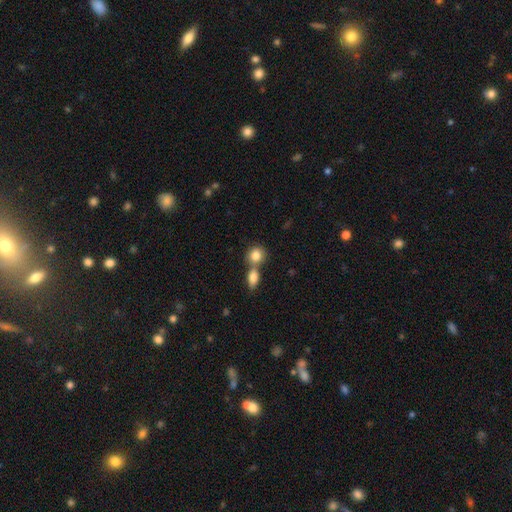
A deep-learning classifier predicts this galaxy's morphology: A smooth galaxy with no disk features (83%) that is round (70%).

Vote fractions:
- Smooth or featured? smooth: 83% / featured or disk: 9% / star or artifact: 8%
- How rounded? round: 70% / in between: 28% / cigar-shaped: 2%
- Merging? merger: 51% / none: 38% / minor disturbance: 8% / major disturbance: 3%